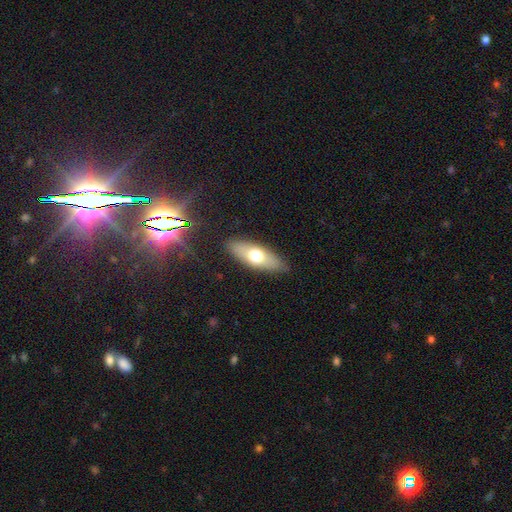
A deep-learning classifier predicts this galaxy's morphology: smooth 63%, featured or disk 31%, star or artifact 7%. Down the decision tree: how rounded — in between (68%); merging — none (86%).